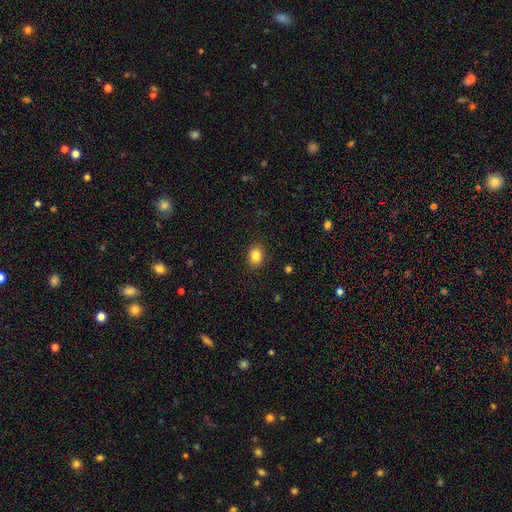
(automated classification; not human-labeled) This appears to be a smooth galaxy with no disk features (84%) that is in between round and cigar-shaped (51%). Merging: none (89%).